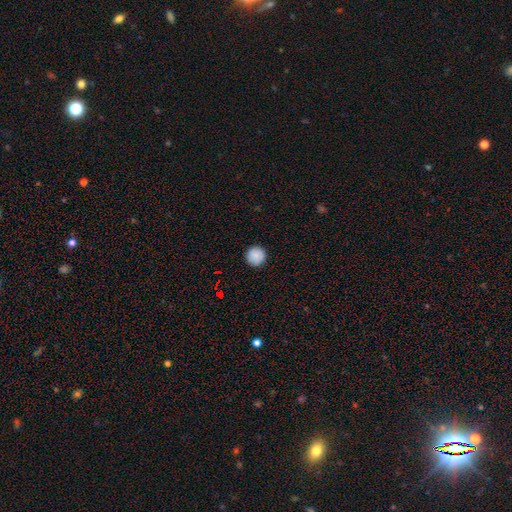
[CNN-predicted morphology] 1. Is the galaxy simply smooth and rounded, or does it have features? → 87% smooth, 8% star or artifact, 6% featured or disk.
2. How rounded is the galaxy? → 95% round, 4% in between, 1% cigar-shaped.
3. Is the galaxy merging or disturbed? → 90% none, 7% minor disturbance, 2% major disturbance, 1% merger.